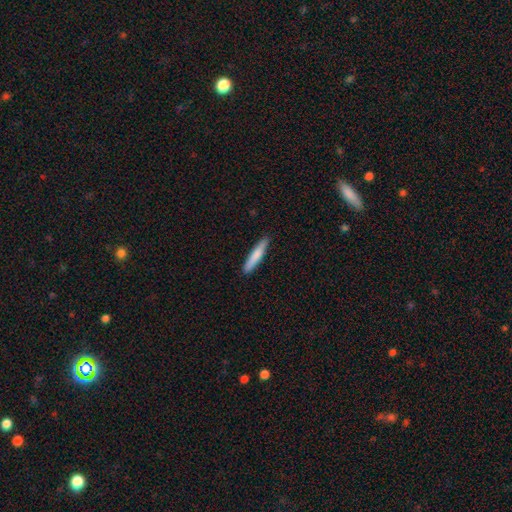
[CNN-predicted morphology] Overall: smooth (77%). How rounded: cigar-shaped (91%). Merging: none (90%).